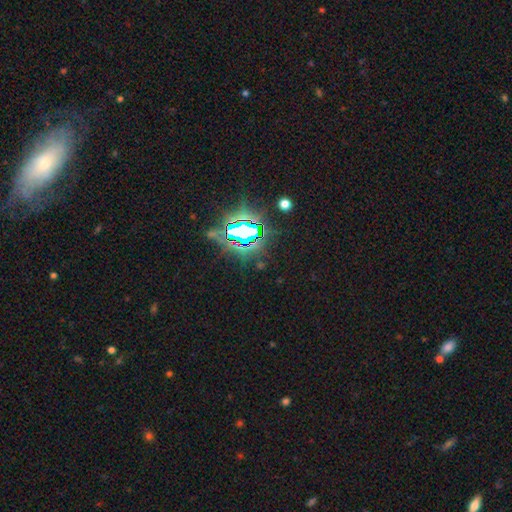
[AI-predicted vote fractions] This appears to be a star or artifact, not a galaxy (84%).